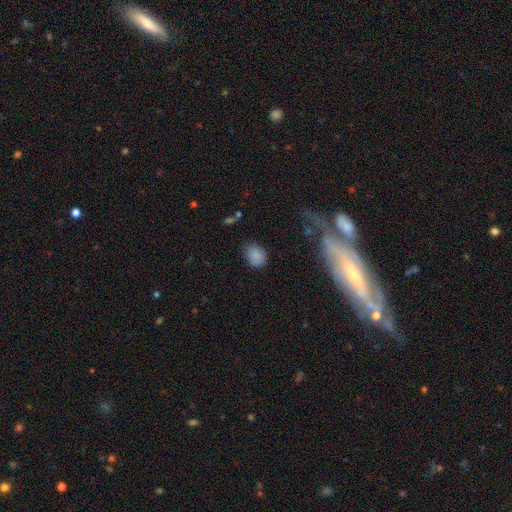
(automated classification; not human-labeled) This is clearly a smooth galaxy (84%). How rounded: possibly in between (58%). Merging: likely none (74%).